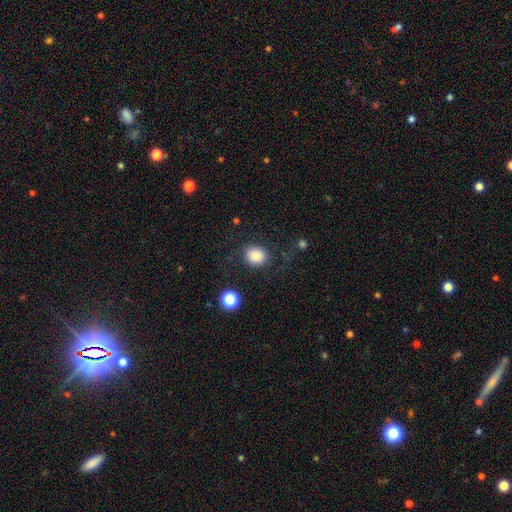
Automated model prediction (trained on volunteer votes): Morphology: type=smooth (86%); roundness=round (63%); merging=none (79%).